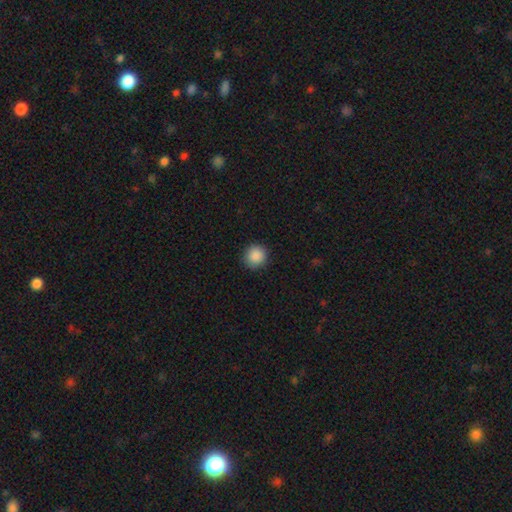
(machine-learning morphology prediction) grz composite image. It shows a smooth galaxy with no disk features (89%) that is round (92%). Merging: none (91%).